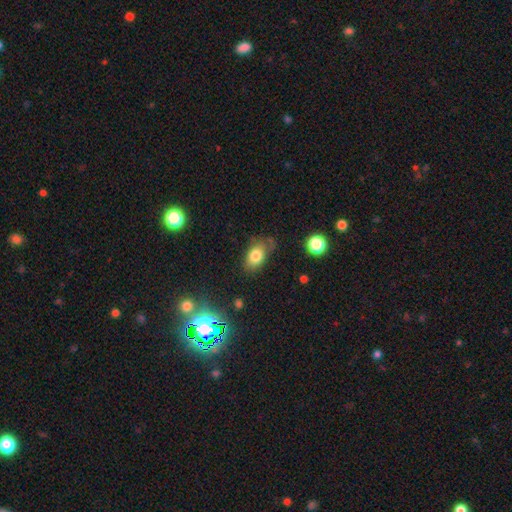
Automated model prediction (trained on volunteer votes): The model was most divided on "merging": none: 64%, minor disturbance: 25%, major disturbance: 8%, merger: 3%. More confident: how rounded — in between (83%); smooth or featured — smooth (79%).